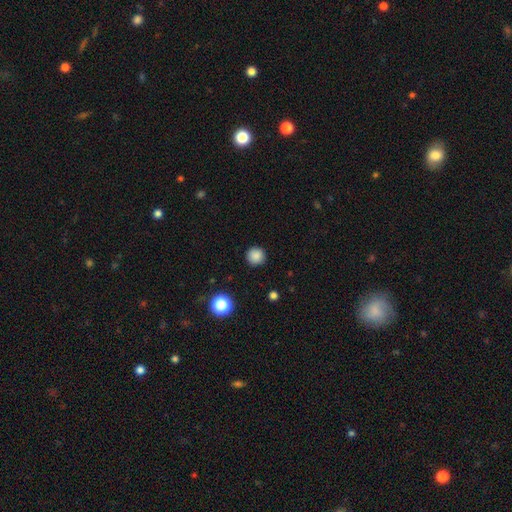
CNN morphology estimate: Smooth or featured: smooth — 86% (star or artifact — 11%)
How rounded: round — 95% (in between — 4%)
Merging: none — 91% (minor disturbance — 6%)